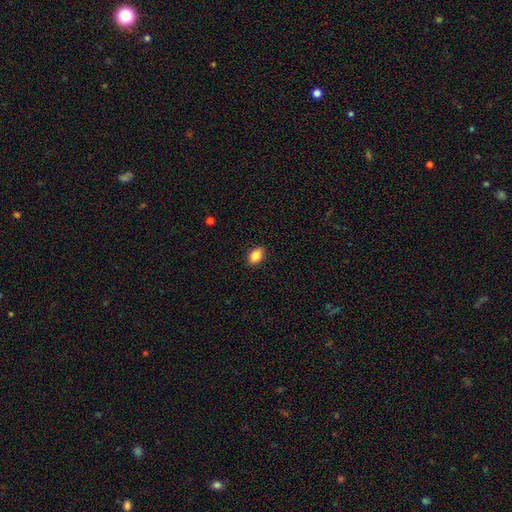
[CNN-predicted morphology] Smooth or featured? Predicted: smooth (p=0.88). How rounded? Predicted: in between (p=0.86). Merging? Predicted: none (p=0.88).